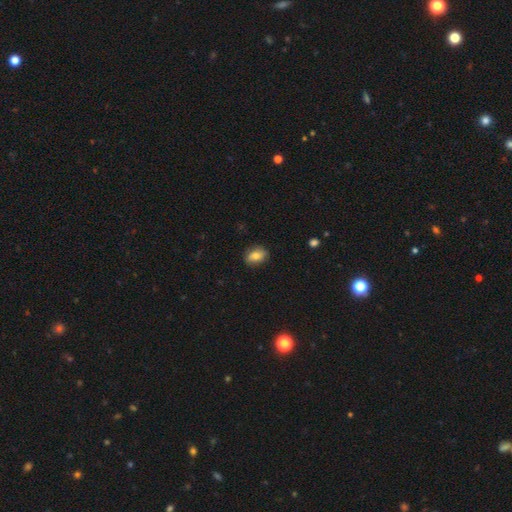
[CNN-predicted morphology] This appears to be a smooth galaxy with no disk features (75%) that is in between round and cigar-shaped (73%). Merging: none (81%).